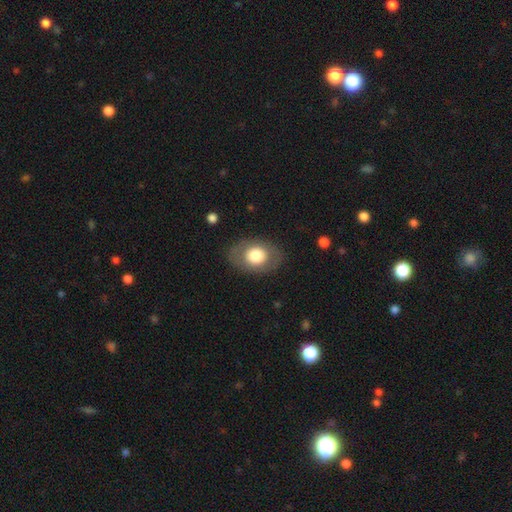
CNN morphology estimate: A smooth galaxy with no disk features (69%) that is in between round and cigar-shaped (73%).

Vote fractions:
- Smooth or featured? smooth: 69% / featured or disk: 24% / star or artifact: 6%
- How rounded? in between: 73% / round: 26% / cigar-shaped: 1%
- Merging? none: 83% / minor disturbance: 11% / major disturbance: 5% / merger: 1%